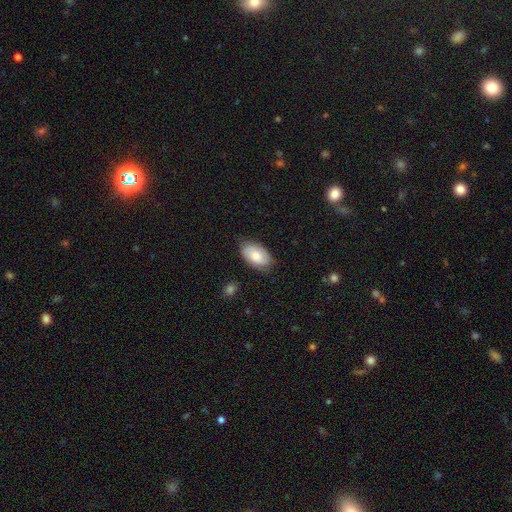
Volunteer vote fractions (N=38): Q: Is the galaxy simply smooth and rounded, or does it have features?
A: smooth — 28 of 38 (74%).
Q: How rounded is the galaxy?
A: in between — 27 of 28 (96%).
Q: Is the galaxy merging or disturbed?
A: none — 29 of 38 (76%).